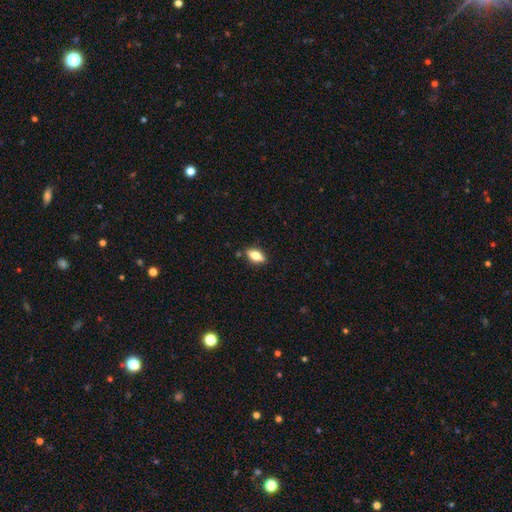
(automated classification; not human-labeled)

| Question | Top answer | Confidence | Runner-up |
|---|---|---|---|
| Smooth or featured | smooth | 71% | featured or disk (21%) |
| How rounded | in between | 84% | cigar-shaped (11%) |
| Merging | none | 85% | minor disturbance (10%) |